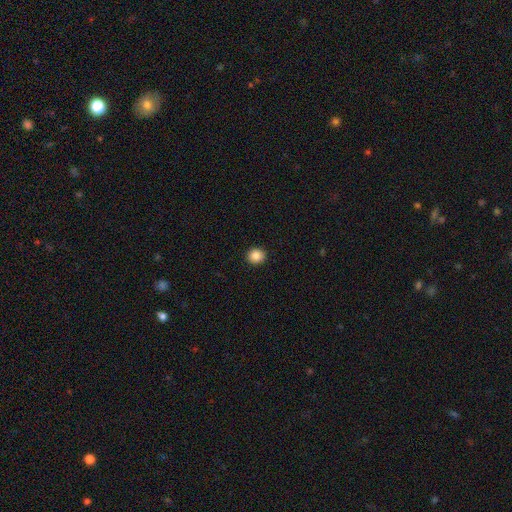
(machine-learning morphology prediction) This appears to be a smooth galaxy with no disk features (86%) that is round (88%). Merging: none (93%).